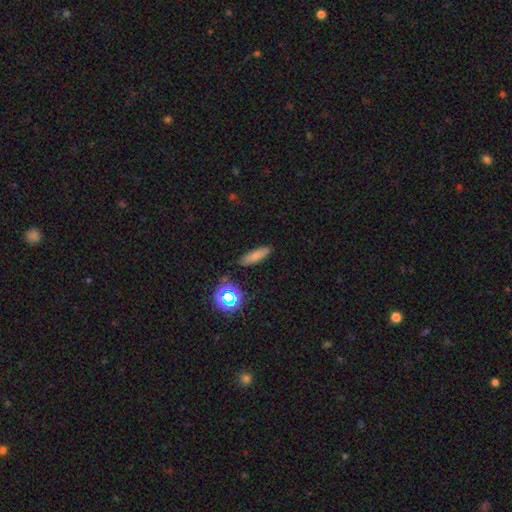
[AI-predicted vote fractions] smooth-or-featured: smooth: 74% | star or artifact: 15% | featured or disk: 11%
  how-rounded: cigar-shaped: 60% | in between: 35% | round: 4%
  merging: none: 86% | minor disturbance: 10% | major disturbance: 3% | merger: 2%